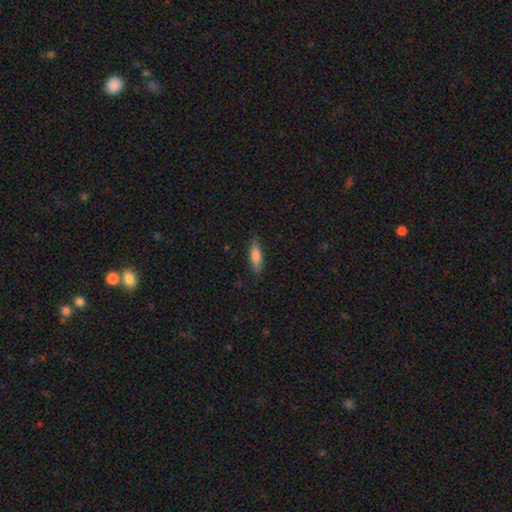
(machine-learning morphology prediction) A smooth galaxy with no disk features (79%) that is cigar-shaped (51%).

Vote fractions:
- Smooth or featured? smooth: 79% / featured or disk: 15% / star or artifact: 6%
- How rounded? cigar-shaped: 51% / in between: 47% / round: 2%
- Merging? none: 84% / minor disturbance: 13% / major disturbance: 3% / merger: 1%